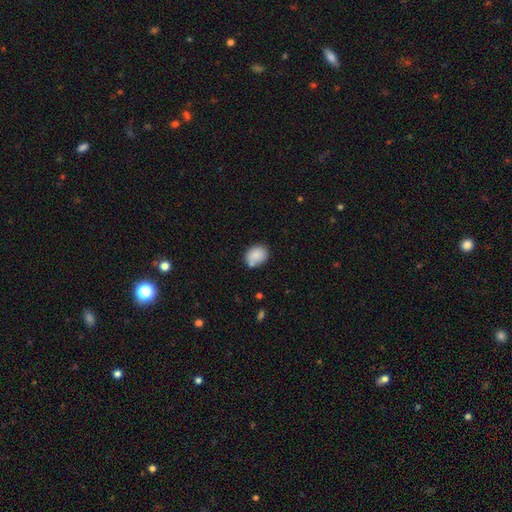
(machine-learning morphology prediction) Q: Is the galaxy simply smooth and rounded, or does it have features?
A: smooth — 86%.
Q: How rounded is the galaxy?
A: in between — 63%.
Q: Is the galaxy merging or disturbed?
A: none — 72%.